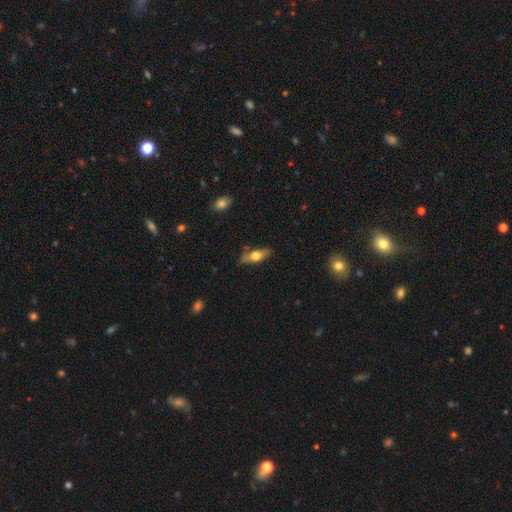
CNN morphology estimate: Overall: smooth (61%; featured or disk 32%). How rounded: in between (68%; cigar-shaped 29%). Merging: none (76%).